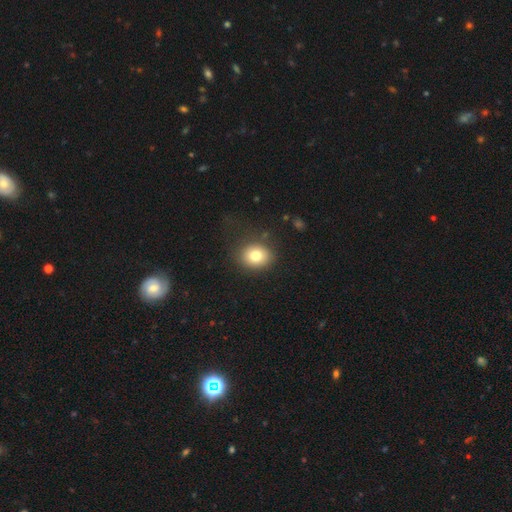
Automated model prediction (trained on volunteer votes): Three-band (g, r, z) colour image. It shows a smooth galaxy with no disk features (79%) that is round (59%). Merging: none (77%).